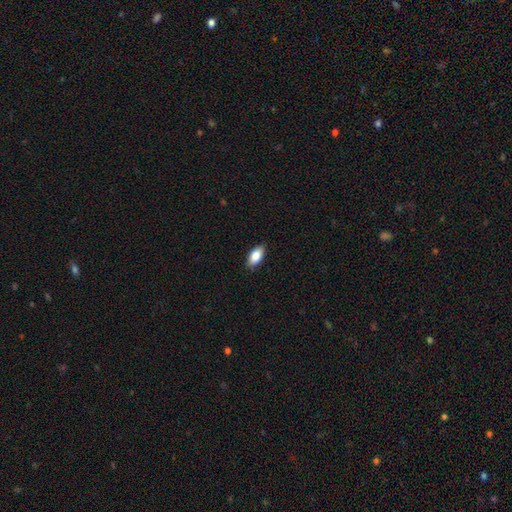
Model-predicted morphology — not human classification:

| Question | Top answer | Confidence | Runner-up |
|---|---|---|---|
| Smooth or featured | smooth | 83% | featured or disk (10%) |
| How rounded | in between | 91% | cigar-shaped (6%) |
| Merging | none | 86% | minor disturbance (11%) |